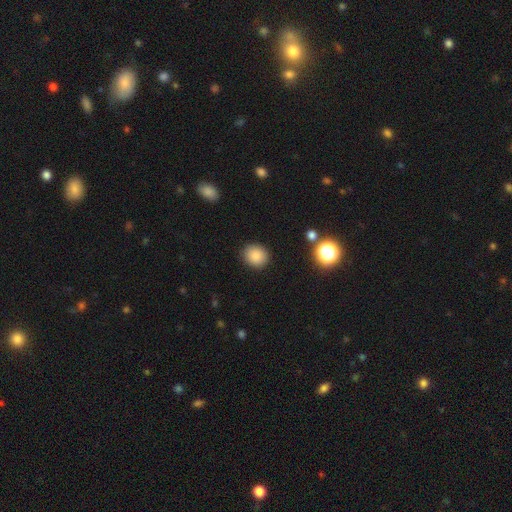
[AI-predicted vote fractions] Q: Smooth or featured?
A: smooth (85%); runner-up: star or artifact (10%)
Q: How rounded?
A: round (80%); runner-up: in between (19%)
Q: Merging?
A: none (89%); runner-up: minor disturbance (7%)